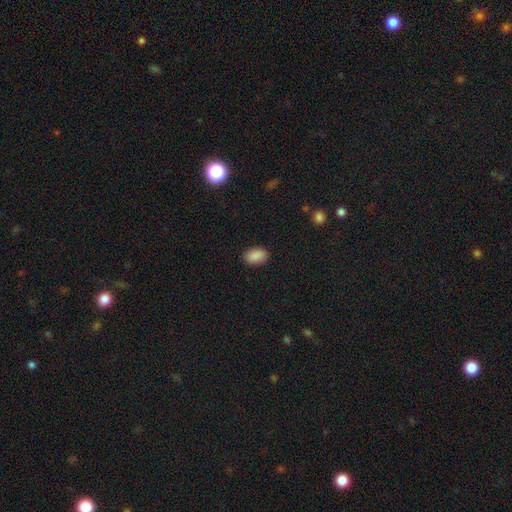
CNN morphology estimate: smooth_or_featured: smooth (p=0.89) [alt: star or artifact p=0.08]
how_rounded: in between (p=0.88) [alt: round p=0.11]
merging: none (p=0.89) [alt: minor disturbance p=0.08]